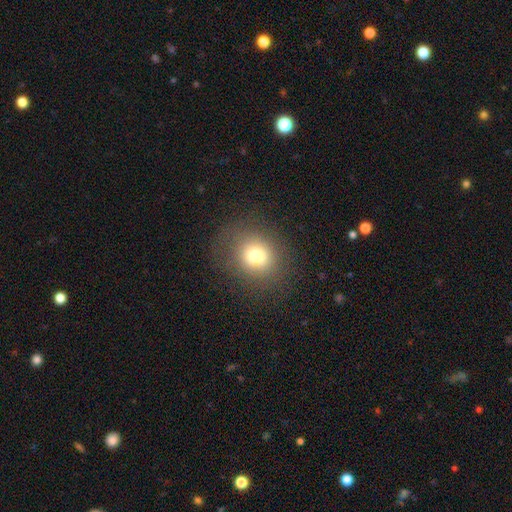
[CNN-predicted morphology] Smooth or featured? Predicted: smooth (p=0.73). How rounded? Predicted: round (p=0.79). Merging? Predicted: none (p=0.83).